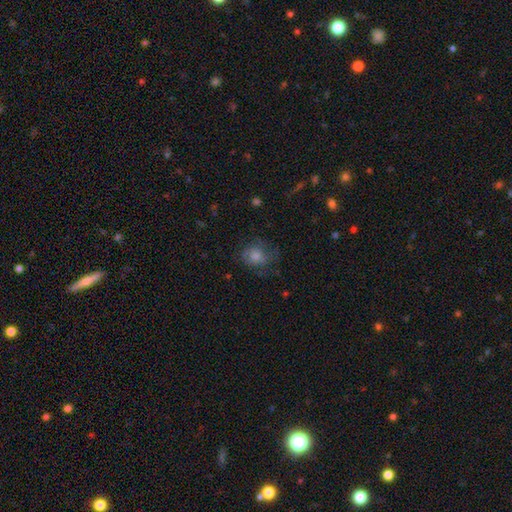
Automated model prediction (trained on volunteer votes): smooth-or-featured: smooth: 51% | featured or disk: 32% | star or artifact: 17%
  how-rounded: round: 66% | in between: 33% | cigar-shaped: 1%
  merging: none: 64% | minor disturbance: 21% | major disturbance: 14% | merger: 1%